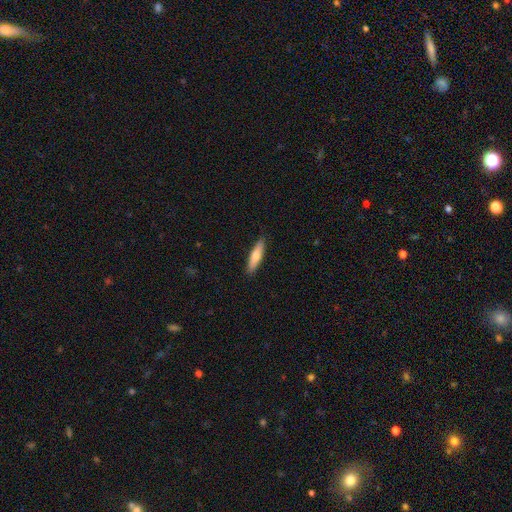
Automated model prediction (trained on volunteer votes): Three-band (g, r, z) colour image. It shows a smooth galaxy with no disk features (69%) that is cigar-shaped (76%). Merging: none (90%).